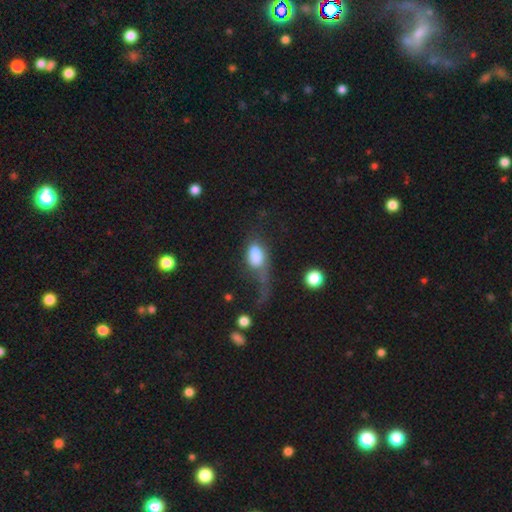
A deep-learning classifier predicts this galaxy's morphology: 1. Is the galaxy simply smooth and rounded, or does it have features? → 72% smooth, 19% featured or disk, 9% star or artifact.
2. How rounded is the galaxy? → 85% in between, 11% round, 4% cigar-shaped.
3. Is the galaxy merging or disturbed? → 57% major disturbance, 18% none, 16% minor disturbance, 8% merger.